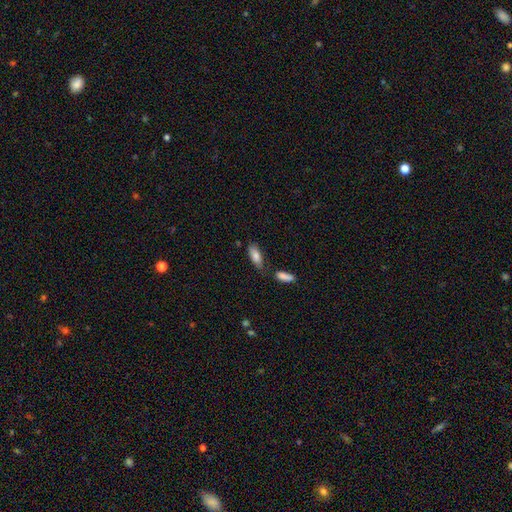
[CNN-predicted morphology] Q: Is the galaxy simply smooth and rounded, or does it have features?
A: smooth — 80%.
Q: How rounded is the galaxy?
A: in between — 74%.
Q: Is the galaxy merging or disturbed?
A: none — 64%.